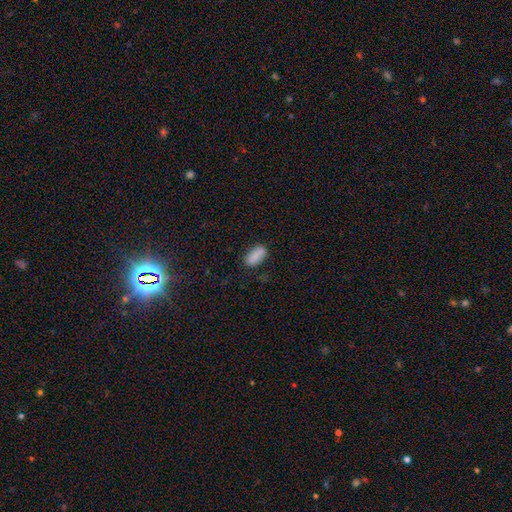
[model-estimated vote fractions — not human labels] smooth_or_featured: smooth (p=0.86) [alt: star or artifact p=0.08]
how_rounded: in between (p=0.88) [alt: cigar-shaped p=0.09]
merging: none (p=0.81) [alt: minor disturbance p=0.14]